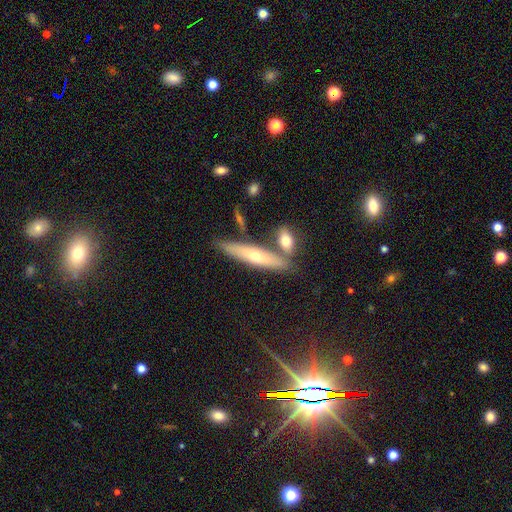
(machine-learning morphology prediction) A featured or disk galaxy (47%).

Vote fractions:
- Smooth or featured? featured or disk: 47% / smooth: 44% / star or artifact: 9%
- Merging? none: 71% / merger: 15% / minor disturbance: 11% / major disturbance: 3%